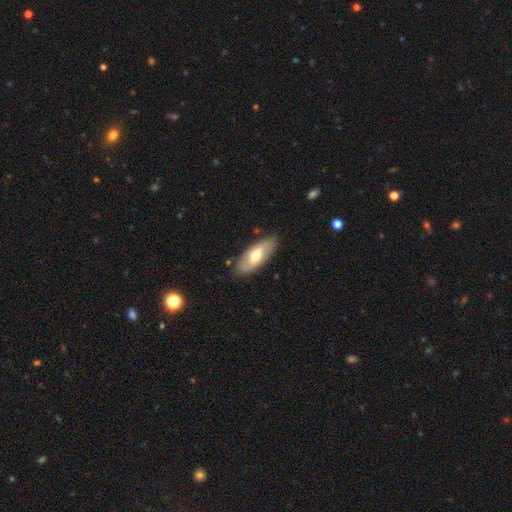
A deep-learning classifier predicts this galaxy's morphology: Smooth or featured? Predicted: smooth (p=0.57). How rounded? Predicted: in between (p=0.81). Merging? Predicted: none (p=0.84).